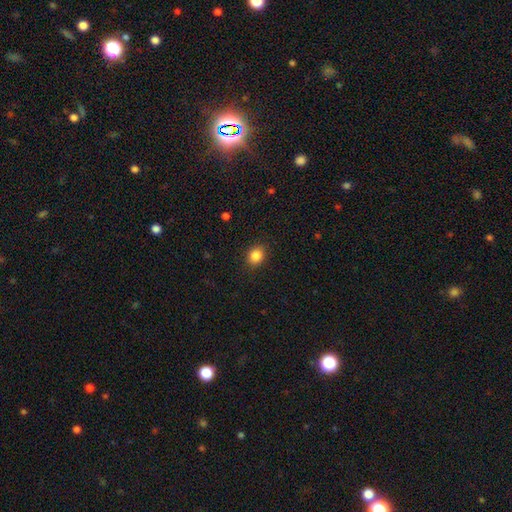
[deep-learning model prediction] smooth_or_featured: smooth (p=0.87) [alt: star or artifact p=0.10]
how_rounded: round (p=0.62) [alt: in between p=0.37]
merging: none (p=0.89) [alt: minor disturbance p=0.08]